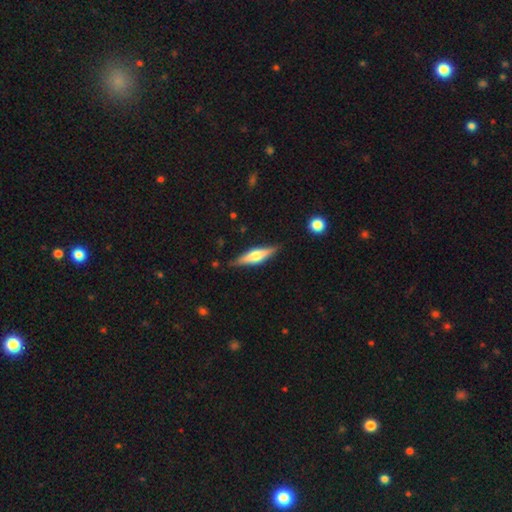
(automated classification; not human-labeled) Overall: featured or disk (58%; smooth 36%). Edge-on disk: yes (95%). Edge-on bulge: rounded (87%). Merging: none (85%).